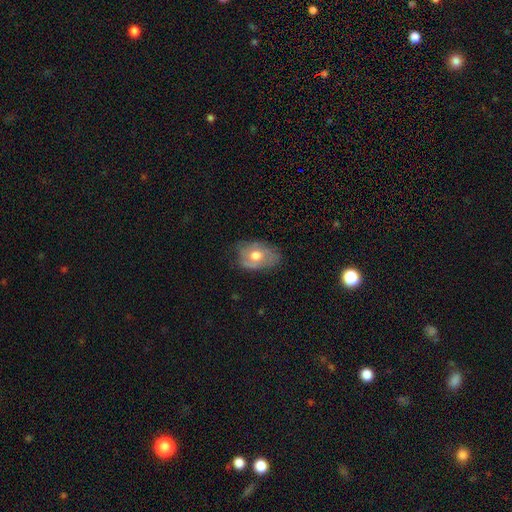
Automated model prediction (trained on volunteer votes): The model was most divided on "smooth or featured": smooth: 49%, featured or disk: 44%, star or artifact: 7%. More confident: merging — none (58%).